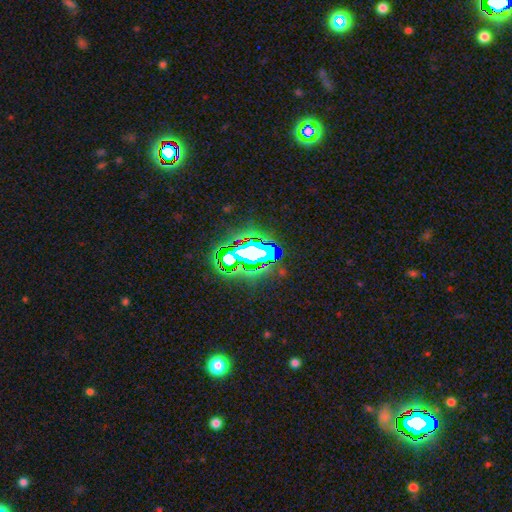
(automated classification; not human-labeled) Smooth or featured? star or artifact (63%)